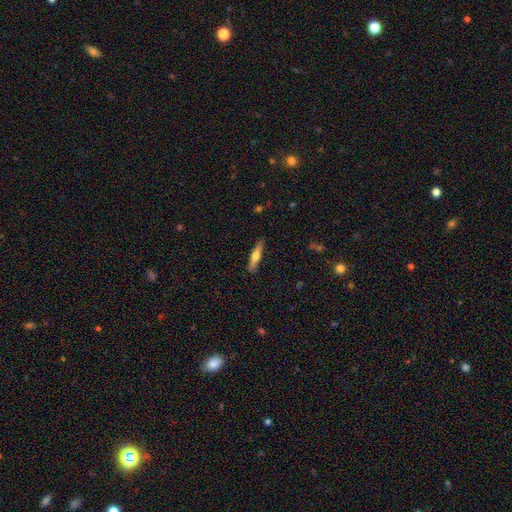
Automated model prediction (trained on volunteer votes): smooth_or_featured: smooth (p=0.51) [alt: featured or disk p=0.43]
how_rounded: cigar-shaped (p=0.84) [alt: in between p=0.15]
merging: none (p=0.88) [alt: minor disturbance p=0.09]